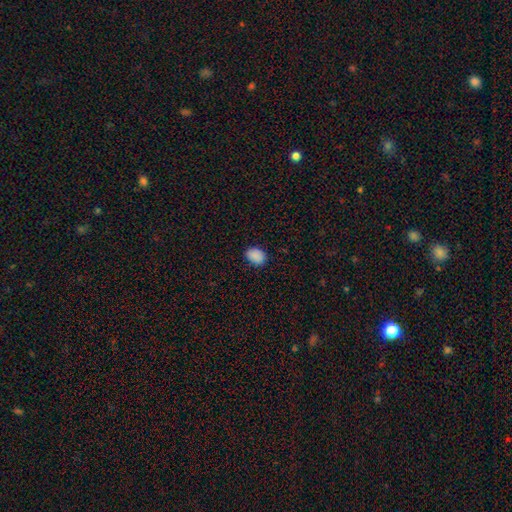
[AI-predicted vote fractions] Overall: smooth (89%). How rounded: in between (76%). Merging: none (85%).